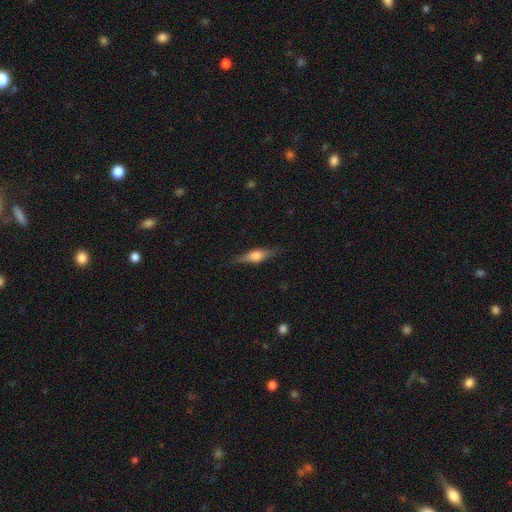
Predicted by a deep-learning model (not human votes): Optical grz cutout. It shows a featured or disk galaxy (58%) viewed edge-on (95%) with a rounded central bulge (90%). Merging: none (85%).